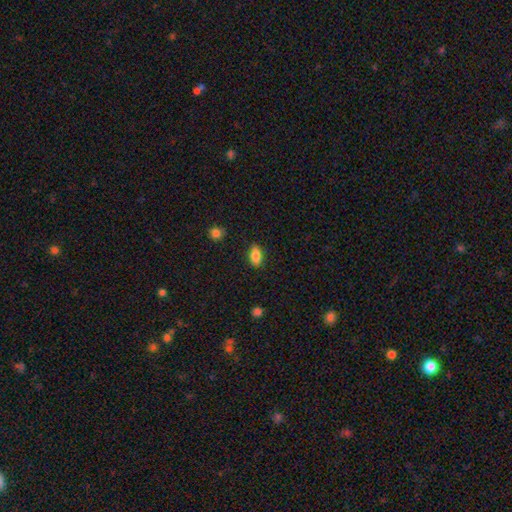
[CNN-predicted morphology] Q: Smooth or featured?
A: smooth (84%); runner-up: star or artifact (8%)
Q: How rounded?
A: in between (88%); runner-up: cigar-shaped (7%)
Q: Merging?
A: none (87%); runner-up: minor disturbance (10%)